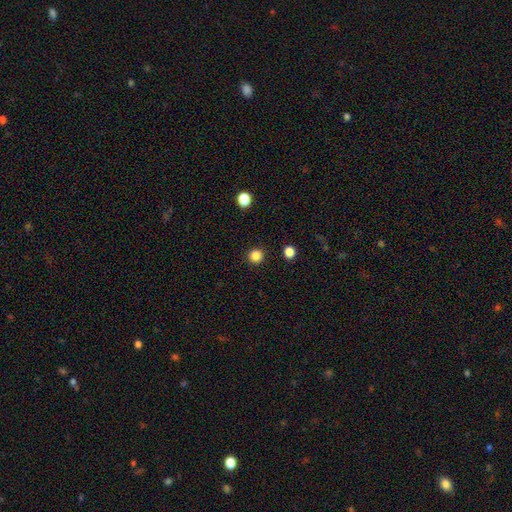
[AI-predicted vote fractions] smooth-or-featured: smooth: 85% | star or artifact: 12% | featured or disk: 3%
  how-rounded: round: 94% | in between: 5% | cigar-shaped: 1%
  merging: none: 92% | minor disturbance: 5% | major disturbance: 2% | merger: 1%